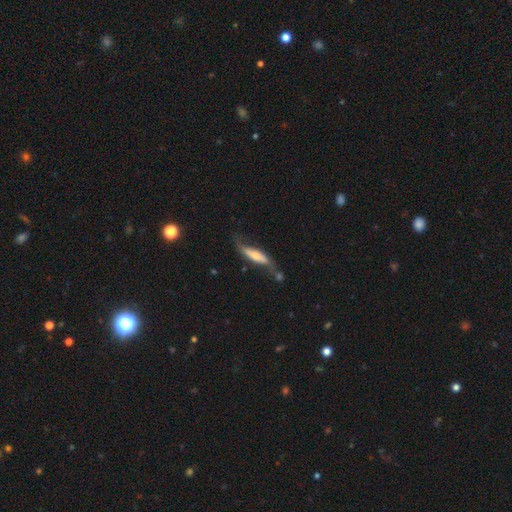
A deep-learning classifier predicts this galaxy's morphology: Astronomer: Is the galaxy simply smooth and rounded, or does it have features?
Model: featured or disk — 59% (runner-up: smooth, 35%).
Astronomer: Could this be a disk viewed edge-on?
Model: no — 61% (runner-up: yes, 39%).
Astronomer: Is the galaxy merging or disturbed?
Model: none — 46% (runner-up: minor disturbance, 27%).